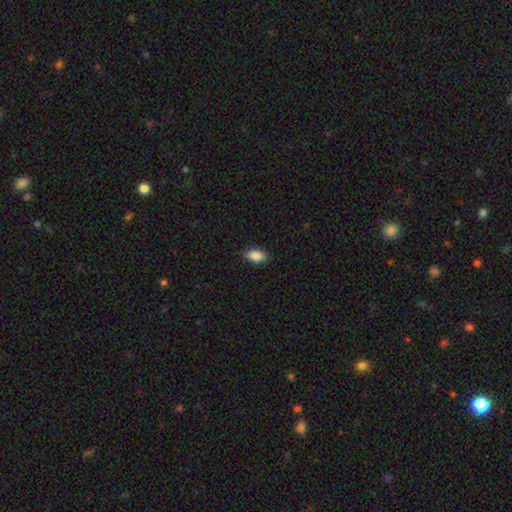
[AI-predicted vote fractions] A smooth galaxy with no disk features (87%) that is in between round and cigar-shaped (91%). Merging: none (87%).